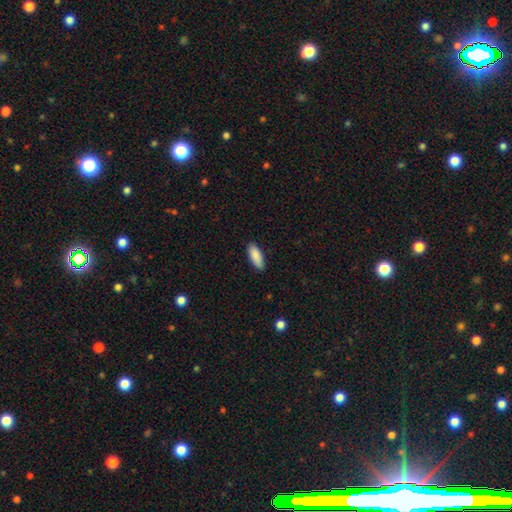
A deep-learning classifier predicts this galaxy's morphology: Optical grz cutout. It shows a smooth galaxy with no disk features (89%) that is in between round and cigar-shaped (71%). Merging: none (86%).